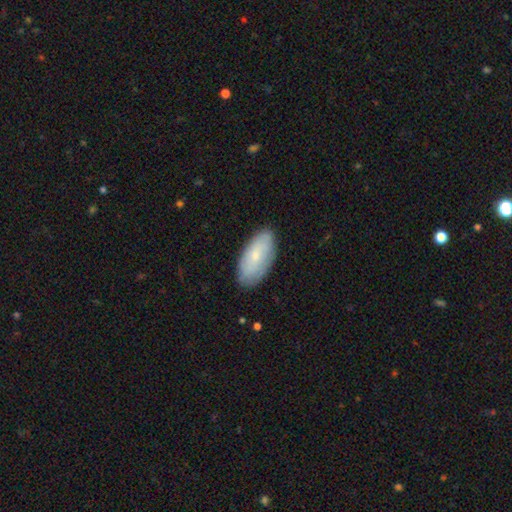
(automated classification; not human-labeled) This is likely a smooth galaxy (71%). How rounded: clearly in between (92%). Merging: clearly none (83%).